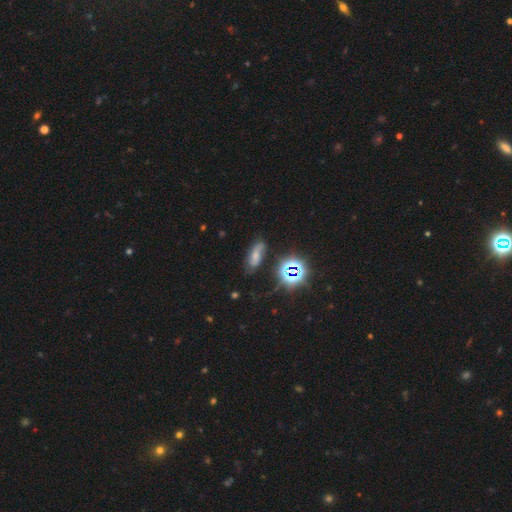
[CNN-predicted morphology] smooth_or_featured: smooth (p=0.43) [alt: featured or disk p=0.30]
merging: none (p=0.65) [alt: minor disturbance p=0.22]